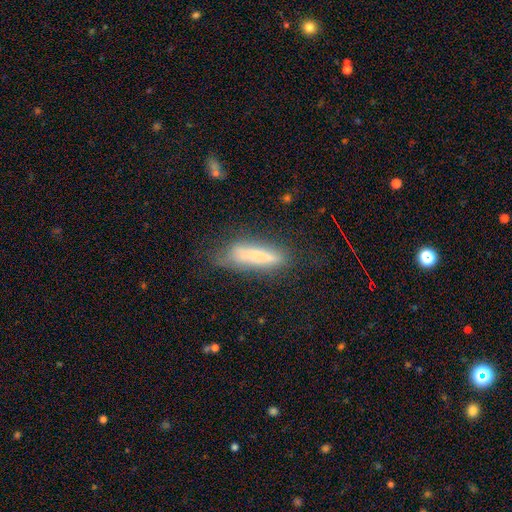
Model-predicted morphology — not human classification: The model was most divided on "merging": none: 62%, minor disturbance: 24%, major disturbance: 10%, merger: 4%. More confident: how rounded — cigar-shaped (74%); smooth or featured — smooth (65%).